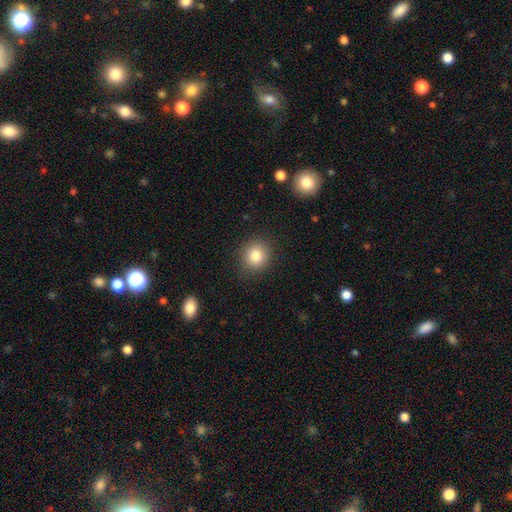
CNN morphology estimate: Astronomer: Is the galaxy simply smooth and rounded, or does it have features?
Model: smooth — 82%.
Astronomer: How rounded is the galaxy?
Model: round — 84%.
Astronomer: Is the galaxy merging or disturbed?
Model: none — 88%.